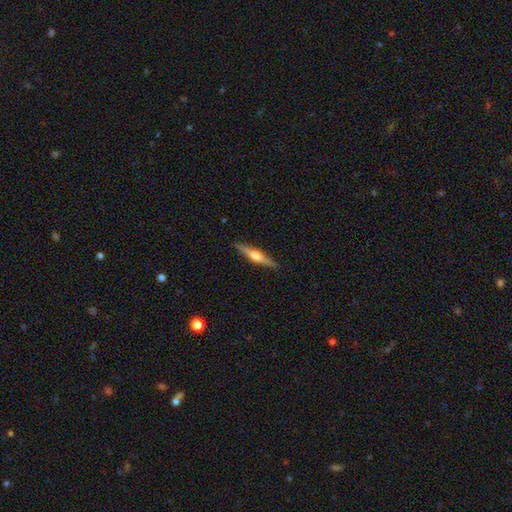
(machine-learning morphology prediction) A featured or disk galaxy (66%) viewed edge-on (97%) with a rounded central bulge (89%). Merging: none (90%).